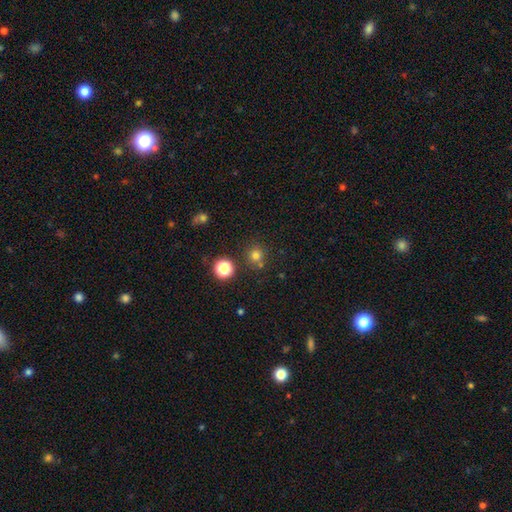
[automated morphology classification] Smooth or featured?
  - smooth: 73% *
  - star or artifact: 20%
  - featured or disk: 7%
How rounded?
  - round: 91% *
  - in between: 8%
  - cigar-shaped: 1%
Merging?
  - none: 77% *
  - merger: 11%
  - minor disturbance: 9%
  - major disturbance: 3%